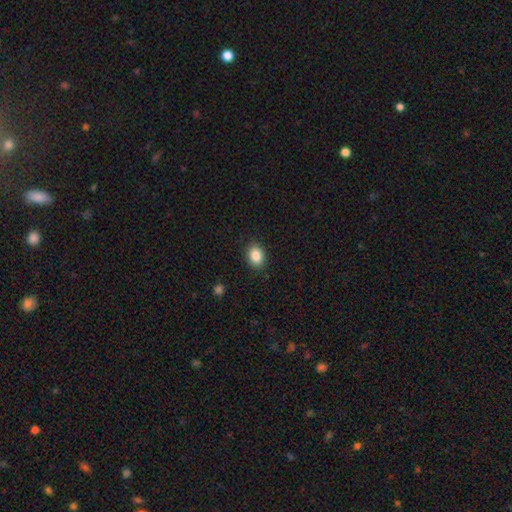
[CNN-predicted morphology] This is clearly a smooth galaxy (86%). How rounded: likely in between (63%). Merging: clearly none (89%).